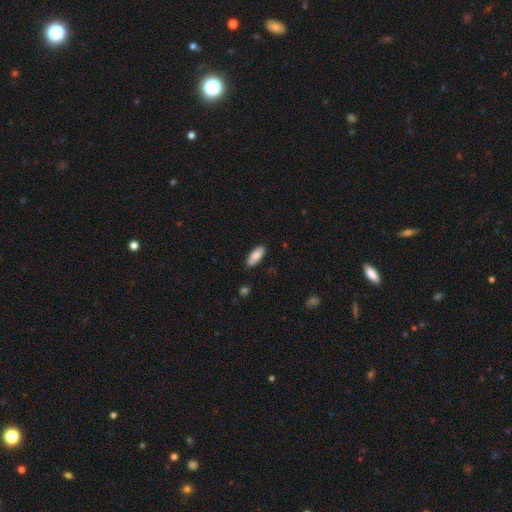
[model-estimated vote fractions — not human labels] Smooth or featured? smooth (86%)
How rounded? in between (77%)
Merging? none (84%)